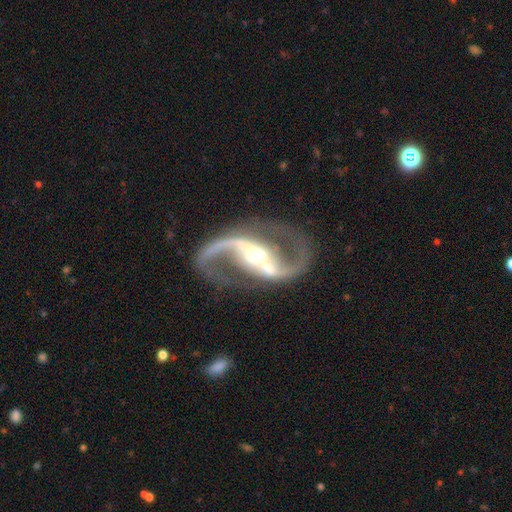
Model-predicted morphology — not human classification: A featured or disk galaxy (94%) with a strong bar (67%), 2 (95%) medium (50%) spiral arms (98%) and a moderate central bulge (56%).

Vote fractions:
- Smooth or featured? featured or disk: 94% / star or artifact: 4% / smooth: 2%
- Edge-on disk? no: 97% / yes: 3%
- Bar? strong: 67% / weak: 23% / no: 10%
- Spiral arms? yes: 98% / no: 2%
- Spiral winding? medium: 50% / loose: 42% / tight: 8%
- Spiral arm count? 2: 95% / 1: 1% / can't tell: 1% / 3: 1% / 4: 1% / more than 4: 1%
- Bulge size? moderate: 56% / small: 31% / large: 10% / none: 2% / dominant: 2%
- Merging? none: 82% / minor disturbance: 10% / major disturbance: 6% / merger: 2%